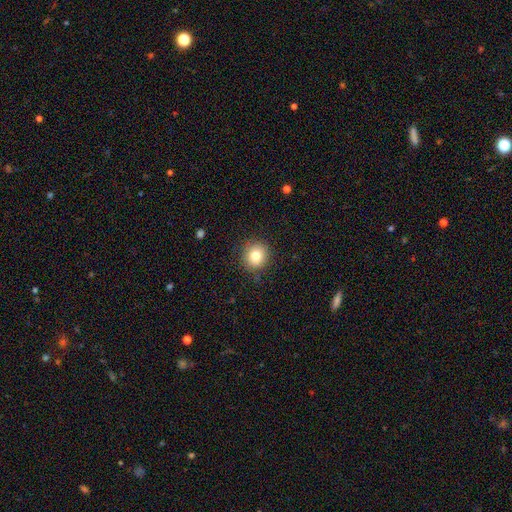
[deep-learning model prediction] smooth_or_featured: smooth (p=0.80) [alt: star or artifact p=0.11]
how_rounded: round (p=0.88) [alt: in between p=0.11]
merging: none (p=0.87) [alt: minor disturbance p=0.09]